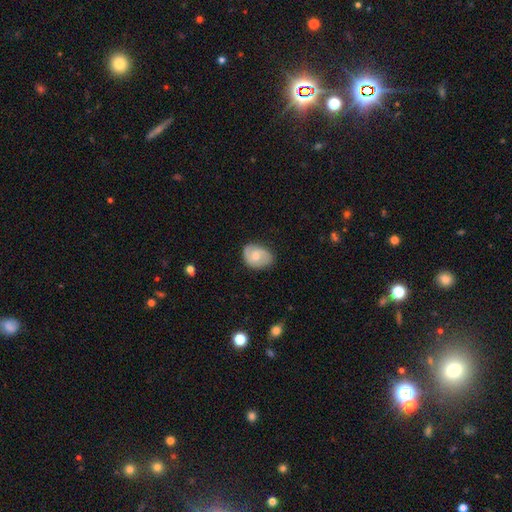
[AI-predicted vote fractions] Smooth or featured: featured or disk — 57% (smooth — 36%)
Edge-on disk: no — 97% (yes — 3%)
Bar: no — 52% (weak — 42%)
Spiral arms: yes — 88% (no — 12%)
Bulge size: moderate — 55% (small — 32%)
Merging: none — 73% (minor disturbance — 21%)